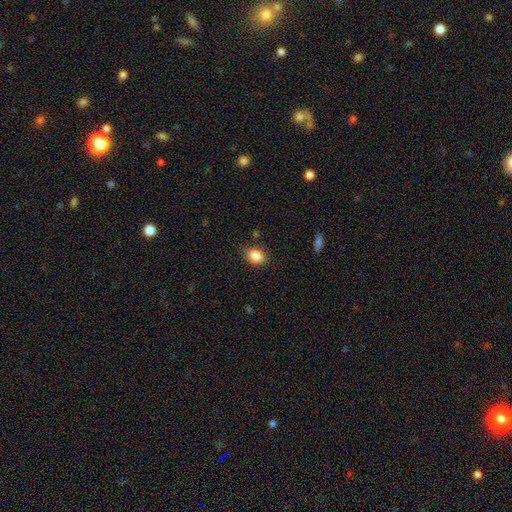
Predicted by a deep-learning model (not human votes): Smooth or featured? Predicted: smooth (p=0.86). How rounded? Predicted: in between (p=0.74). Merging? Predicted: none (p=0.83).